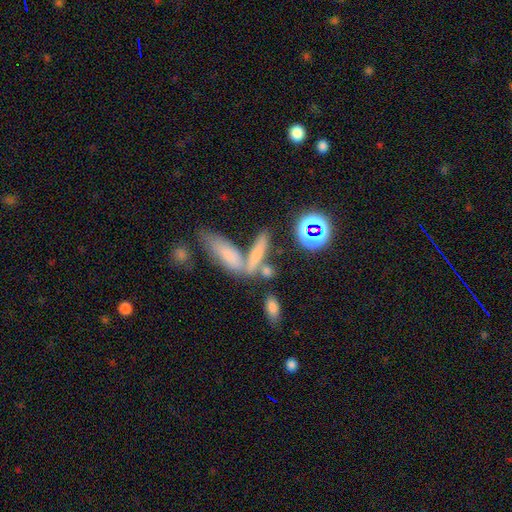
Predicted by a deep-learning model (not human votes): Smooth or featured?
  - smooth: 61% *
  - featured or disk: 23%
  - star or artifact: 16%
How rounded?
  - cigar-shaped: 65% *
  - in between: 30%
  - round: 5%
Merging?
  - merger: 42% *
  - none: 41%
  - minor disturbance: 11%
  - major disturbance: 6%